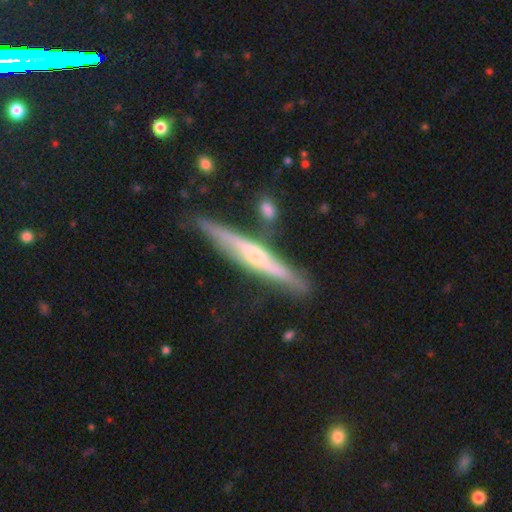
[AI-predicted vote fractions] Smooth or featured? Predicted: featured or disk (p=0.74). Edge-on disk? Predicted: yes (p=0.95). Edge-on bulge? Predicted: rounded (p=0.70). Merging? Predicted: none (p=0.78).